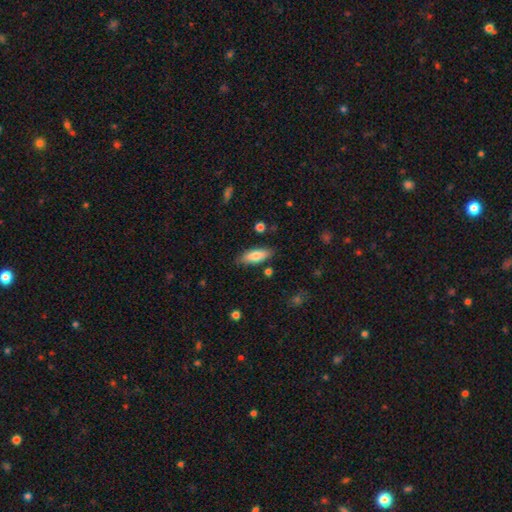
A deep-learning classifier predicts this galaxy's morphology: Smooth or featured: smooth — 77% (featured or disk — 17%)
How rounded: in between — 65% (cigar-shaped — 33%)
Merging: none — 82% (minor disturbance — 13%)